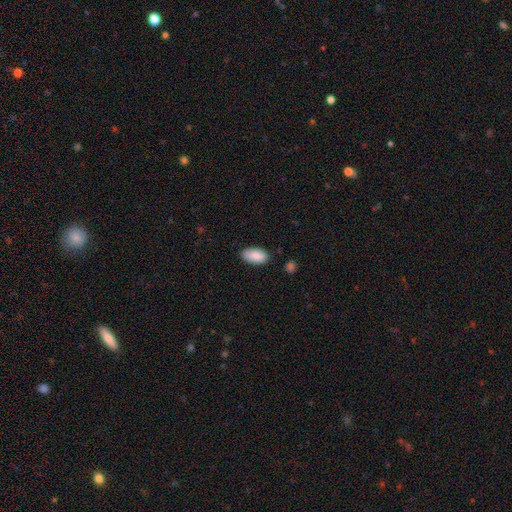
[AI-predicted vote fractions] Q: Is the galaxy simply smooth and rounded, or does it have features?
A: smooth — 88%.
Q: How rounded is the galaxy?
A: in between — 95%.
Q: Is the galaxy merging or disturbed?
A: none — 80%.